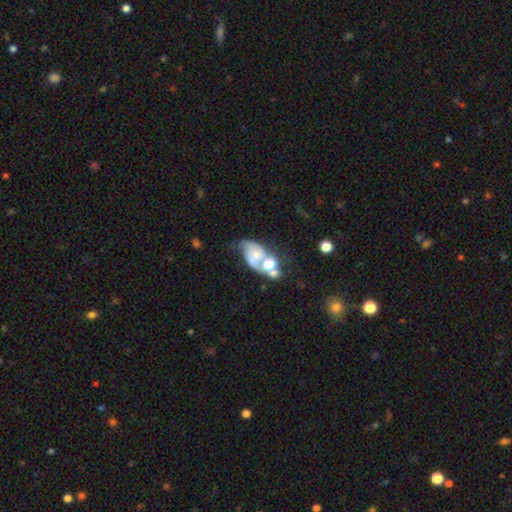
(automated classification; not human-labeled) Q: Smooth or featured?
A: featured or disk (53%); runner-up: smooth (35%)
Q: Edge-on disk?
A: no (96%); runner-up: yes (4%)
Q: Bar?
A: no (75%); runner-up: weak (19%)
Q: Spiral arms?
A: yes (62%); runner-up: no (38%)
Q: Bulge size?
A: small (40%); runner-up: moderate (36%)
Q: Merging?
A: merger (37%); runner-up: none (23%)